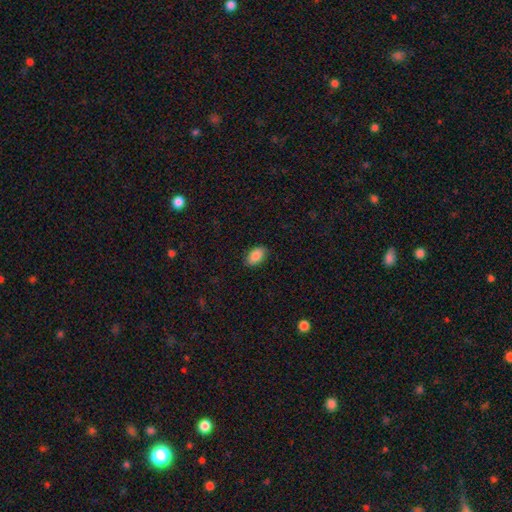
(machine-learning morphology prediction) Smooth or featured: smooth — 85% (star or artifact — 8%)
How rounded: in between — 92% (round — 6%)
Merging: none — 88% (minor disturbance — 9%)